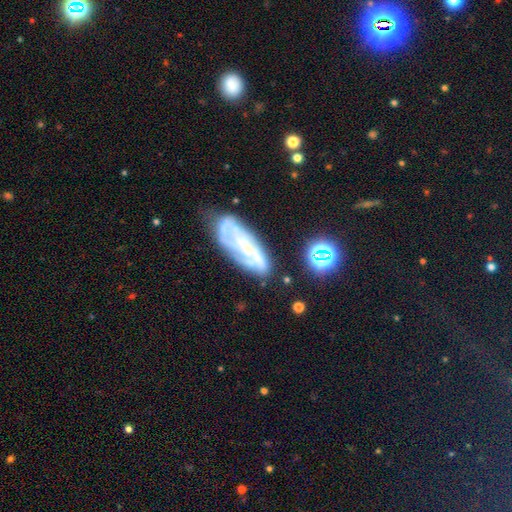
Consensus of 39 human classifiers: Smooth or featured? 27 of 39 (69%) said featured or disk. Edge-on disk? 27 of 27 (100%) said no. Bar? 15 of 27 (56%) said no. Spiral arms? 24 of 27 (89%) said yes. Spiral winding? 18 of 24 (75%) said tight. Spiral arm count? 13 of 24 (54%) said can't tell. Bulge size? 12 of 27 (44%) said small. Merging? 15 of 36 (42%) said none.